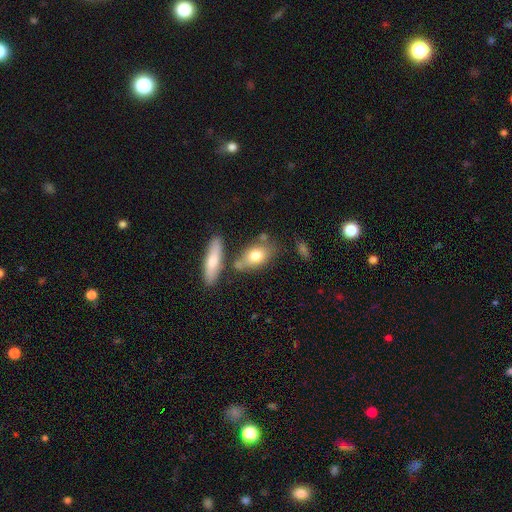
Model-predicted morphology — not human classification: This is likely a smooth galaxy (74%). How rounded: likely in between (79%). Merging: possibly none (57%).